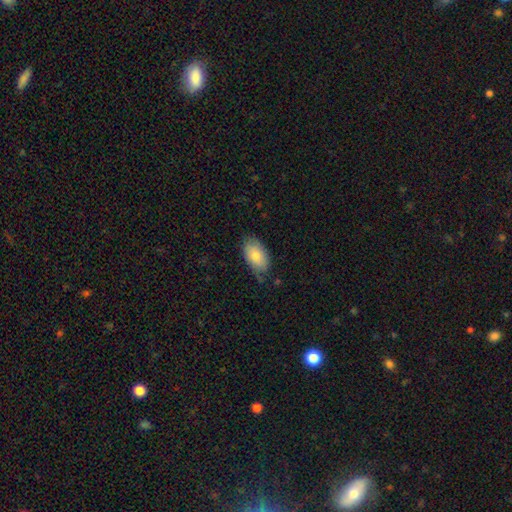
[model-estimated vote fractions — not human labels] Smooth or featured?
  - smooth: 77% *
  - featured or disk: 16%
  - star or artifact: 6%
How rounded?
  - in between: 94% *
  - round: 5%
  - cigar-shaped: 2%
Merging?
  - none: 67% *
  - minor disturbance: 26%
  - major disturbance: 6%
  - merger: 2%